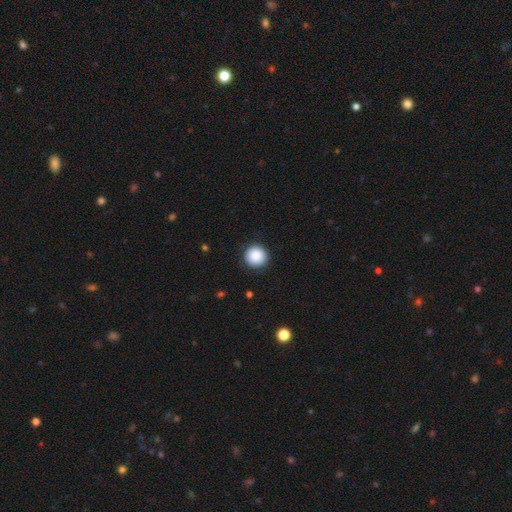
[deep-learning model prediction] smooth-or-featured: smooth: 89% | star or artifact: 8% | featured or disk: 3%
  how-rounded: round: 95% | in between: 4% | cigar-shaped: 1%
  merging: none: 90% | minor disturbance: 7% | major disturbance: 2% | merger: 1%